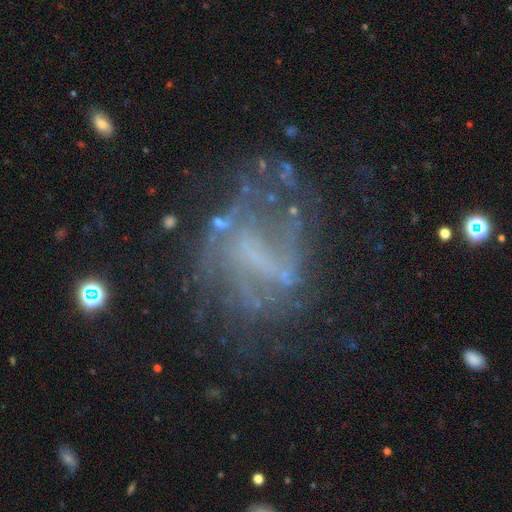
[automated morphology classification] smooth-or-featured: featured or disk: 71% | star or artifact: 15% | smooth: 14%
  disk-edge-on: no: 97% | yes: 3%
    bar: no: 41% | weak: 37% | strong: 22%
    has-spiral-arms: yes: 59% | no: 41%
    bulge-size: none: 61% | small: 23% | moderate: 12% | large: 3% | dominant: 1%
  merging: none: 48% | major disturbance: 28% | minor disturbance: 19% | merger: 5%